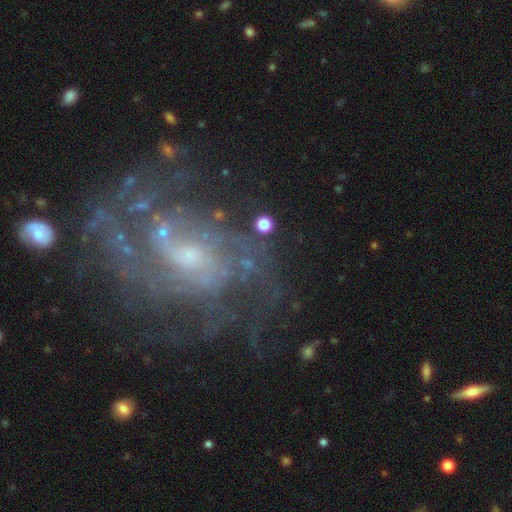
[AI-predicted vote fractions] This is clearly a featured or disk galaxy (84%). It is clearly not viewed edge-on (97%). Bar: possibly no (53%). Spiral arm pattern: clearly yes (91%). Spiral arm count: marginally can't tell (36%). Spiral winding: marginally medium (41%, tied with tight). Central bulge: likely small (66%). Merging: likely none (65%).